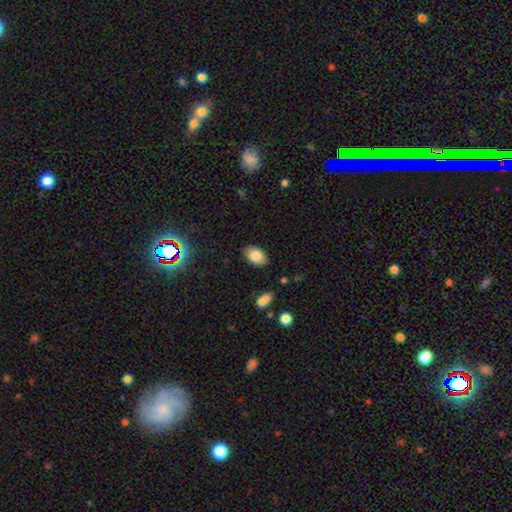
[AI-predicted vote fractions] Overall: smooth (84%). How rounded: in between (87%). Merging: none (85%).